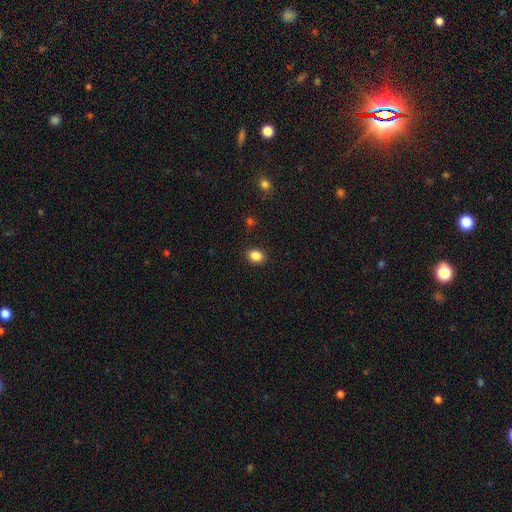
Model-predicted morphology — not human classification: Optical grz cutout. It shows a smooth galaxy with no disk features (86%) that is in between round and cigar-shaped (52%). Merging: none (89%).